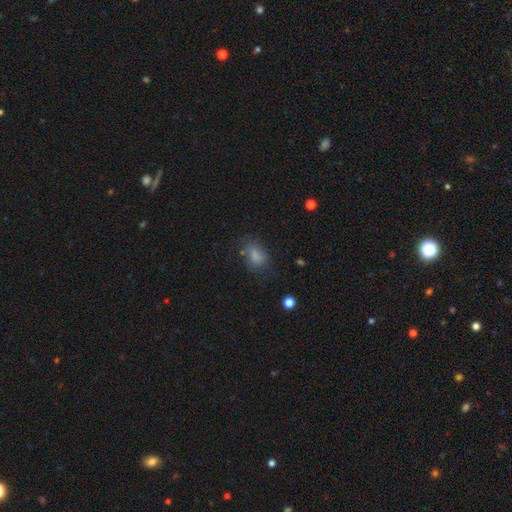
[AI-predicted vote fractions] Smooth or featured? smooth (79%)
How rounded? in between (76%)
Merging? none (62%)